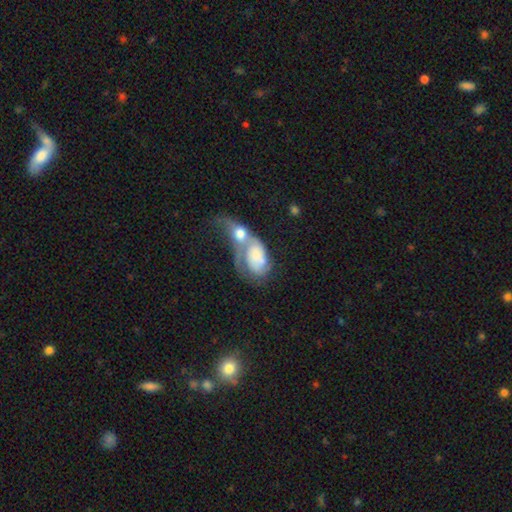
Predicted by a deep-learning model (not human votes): Smooth or featured? featured or disk (50%)
Merging? merger (72%)